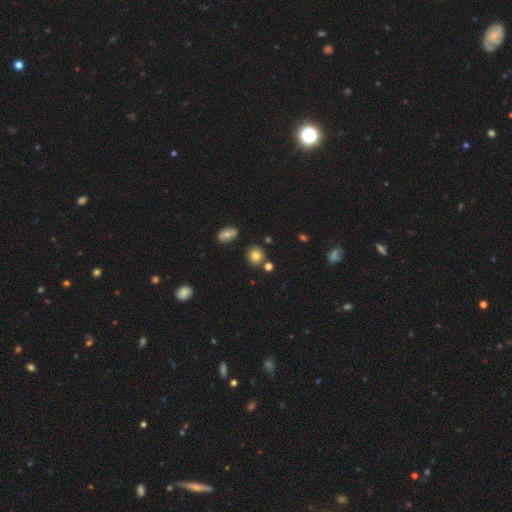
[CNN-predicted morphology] type=smooth (79%); roundness=round (88%); merging=none (80%).